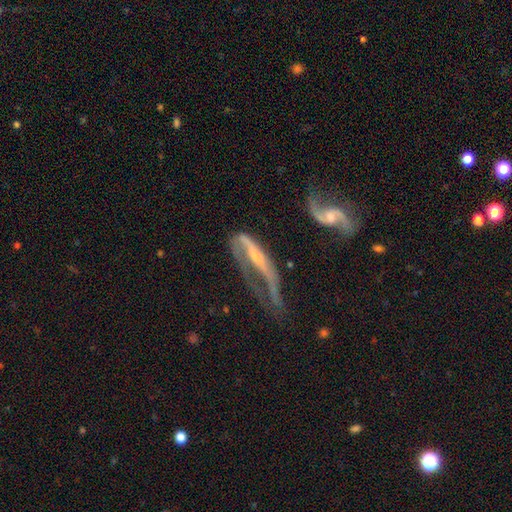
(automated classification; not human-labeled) A featured or disk galaxy (75%) with no bar (43%), spiral arms (70%) and a small central bulge (56%). Merging: major disturbance (51%).